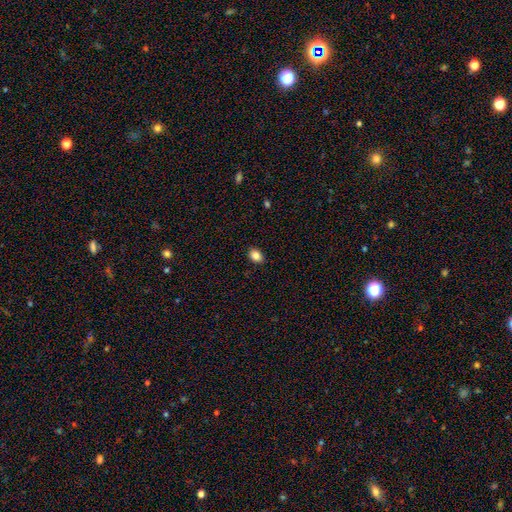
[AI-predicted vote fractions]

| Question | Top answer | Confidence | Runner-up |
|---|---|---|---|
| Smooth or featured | smooth | 86% | star or artifact (9%) |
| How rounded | in between | 74% | round (25%) |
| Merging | none | 89% | minor disturbance (8%) |